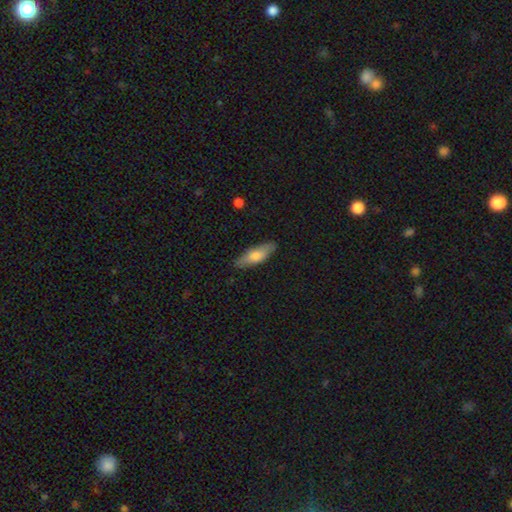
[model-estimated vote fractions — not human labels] Overall: smooth (67%). How rounded: in between (53%; cigar-shaped 45%). Merging: none (85%).